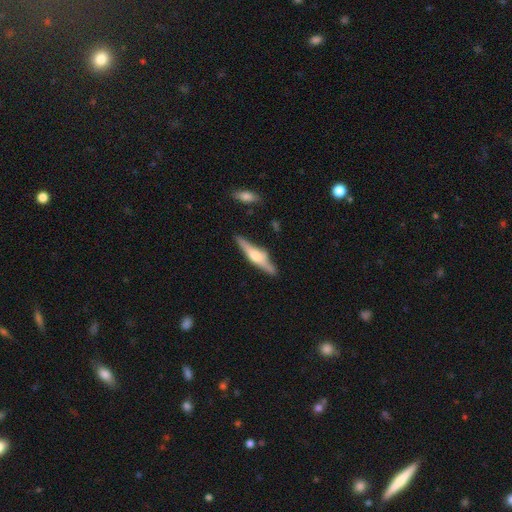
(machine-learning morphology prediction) featured or disk 66%, smooth 29%, star or artifact 5%. Down the decision tree: edge-on disk — yes (96%); edge-on bulge — rounded (85%); merging — none (81%).